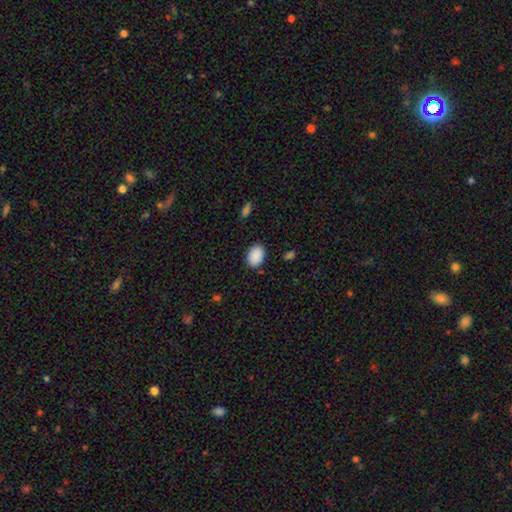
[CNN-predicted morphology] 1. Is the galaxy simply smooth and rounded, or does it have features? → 90% smooth, 7% star or artifact, 3% featured or disk.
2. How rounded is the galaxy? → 80% in between, 19% round, 1% cigar-shaped.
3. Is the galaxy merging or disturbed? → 86% none, 10% minor disturbance, 3% major disturbance, 1% merger.